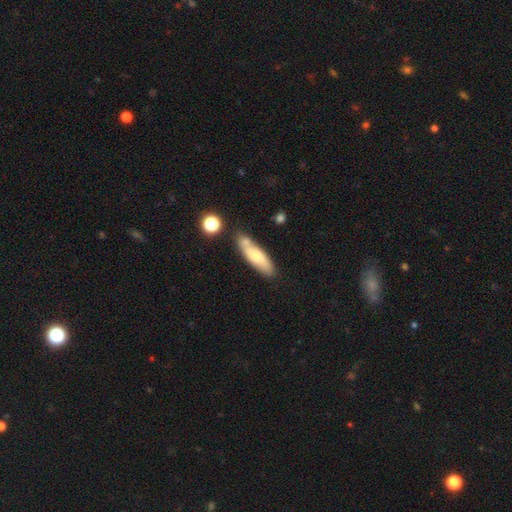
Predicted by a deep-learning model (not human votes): smooth 66%, featured or disk 27%, star or artifact 7%. Down the decision tree: how rounded — cigar-shaped (60%); merging — none (61%).